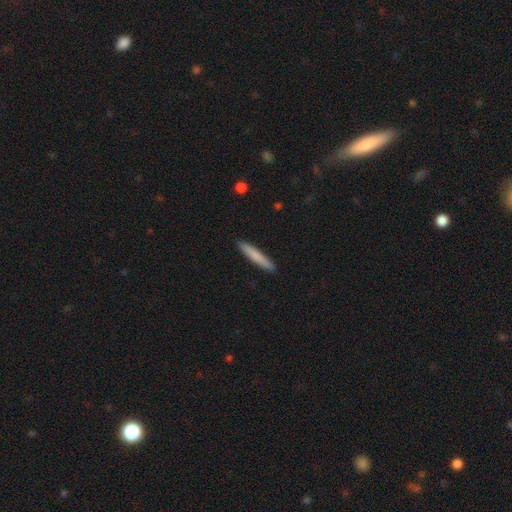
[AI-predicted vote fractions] A smooth galaxy with no disk features (78%) that is cigar-shaped (94%).

Vote fractions:
- Smooth or featured? smooth: 78% / featured or disk: 16% / star or artifact: 5%
- How rounded? cigar-shaped: 94% / in between: 4% / round: 1%
- Merging? none: 91% / minor disturbance: 6% / major disturbance: 1% / merger: 1%